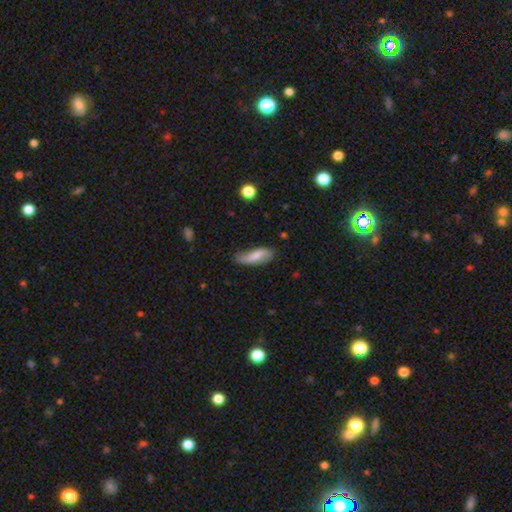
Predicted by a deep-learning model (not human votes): A smooth galaxy with no disk features (55%) that is in between round and cigar-shaped (64%).

Vote fractions:
- Smooth or featured? smooth: 55% / featured or disk: 39% / star or artifact: 7%
- How rounded? in between: 64% / cigar-shaped: 34% / round: 3%
- Merging? none: 66% / minor disturbance: 25% / major disturbance: 6% / merger: 2%